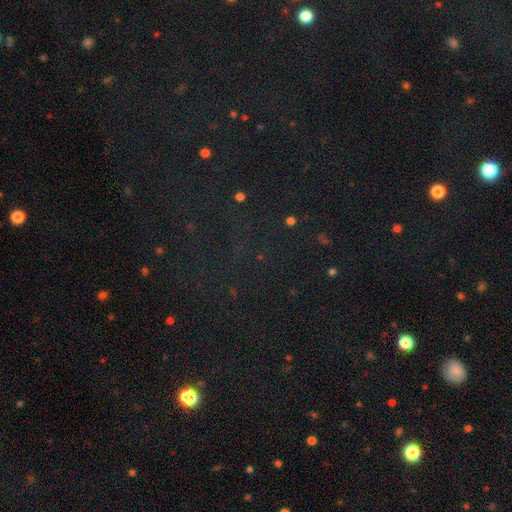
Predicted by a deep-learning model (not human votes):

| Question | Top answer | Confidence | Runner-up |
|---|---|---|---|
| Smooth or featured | star or artifact | 72% | smooth (18%) |